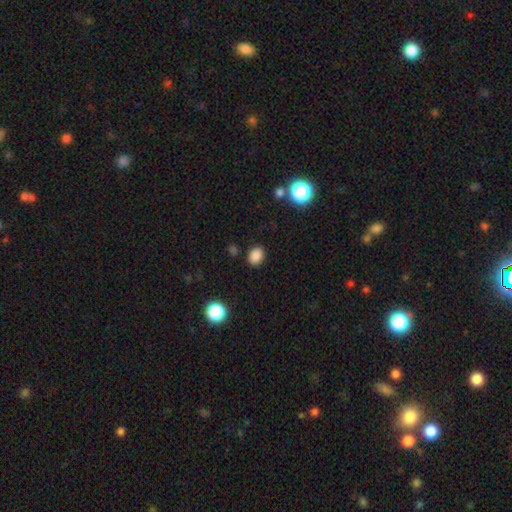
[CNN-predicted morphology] Smooth or featured? Predicted: smooth (p=0.84). How rounded? Predicted: in between (p=0.55). Merging? Predicted: none (p=0.87).